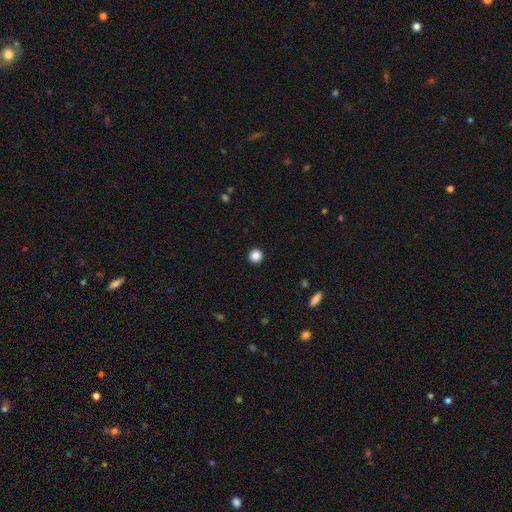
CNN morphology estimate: smooth 87%, star or artifact 11%, featured or disk 3%. Down the decision tree: how rounded — round (95%); merging — none (93%).